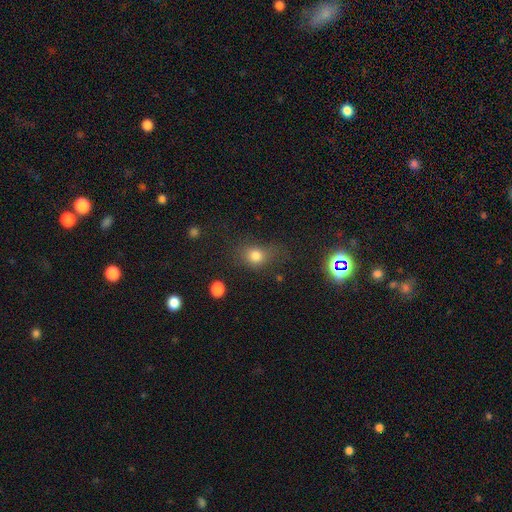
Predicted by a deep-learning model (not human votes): The model was most divided on "how rounded": round: 58%, in between: 40%, cigar-shaped: 2%. More confident: smooth or featured — smooth (78%); merging — none (59%).